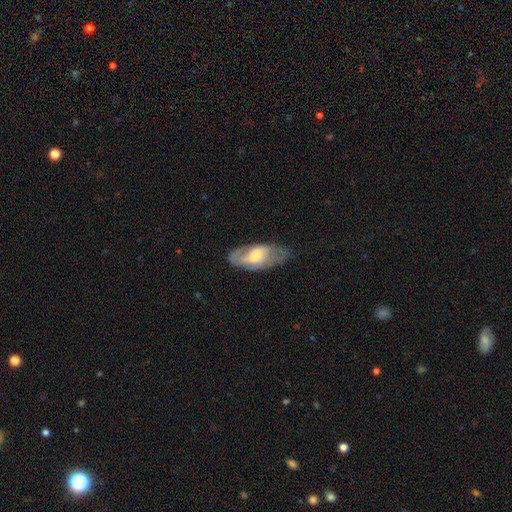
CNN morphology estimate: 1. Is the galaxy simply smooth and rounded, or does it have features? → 51% featured or disk, 43% smooth, 6% star or artifact.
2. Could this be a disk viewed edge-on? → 89% no, 11% yes.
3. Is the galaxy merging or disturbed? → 53% none, 31% minor disturbance, 15% major disturbance, 2% merger.